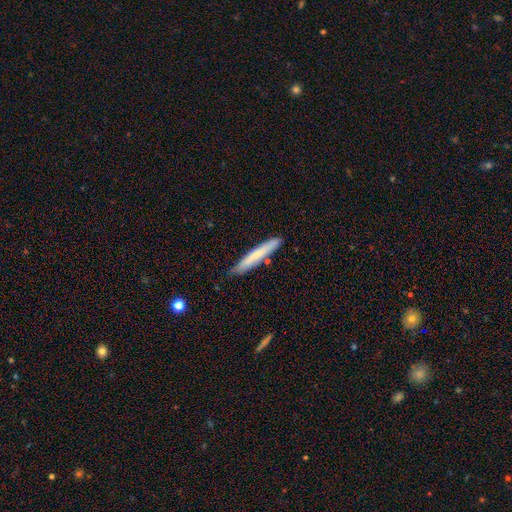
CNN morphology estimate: This appears to be a smooth galaxy with no disk features (67%) that is cigar-shaped (94%). Merging: none (83%).